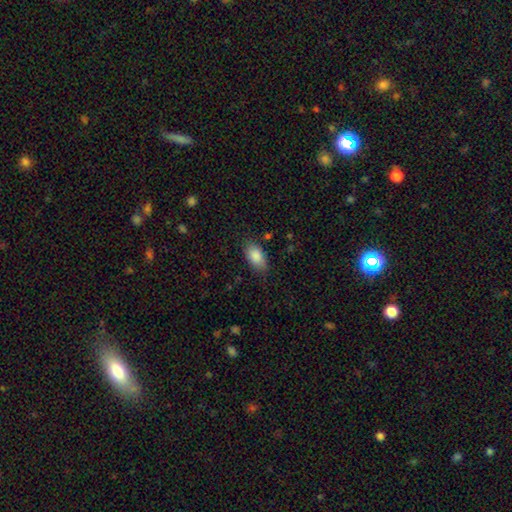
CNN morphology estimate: This is clearly a smooth galaxy (87%). How rounded: clearly in between (93%). Merging: likely none (77%).